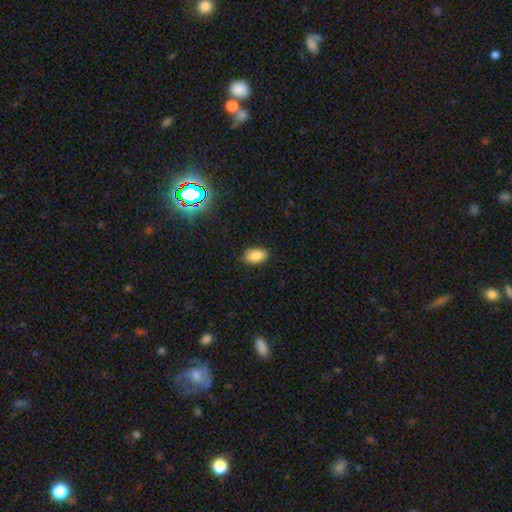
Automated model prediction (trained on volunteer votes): This is clearly a smooth galaxy (86%). How rounded: clearly in between (91%). Merging: clearly none (84%).